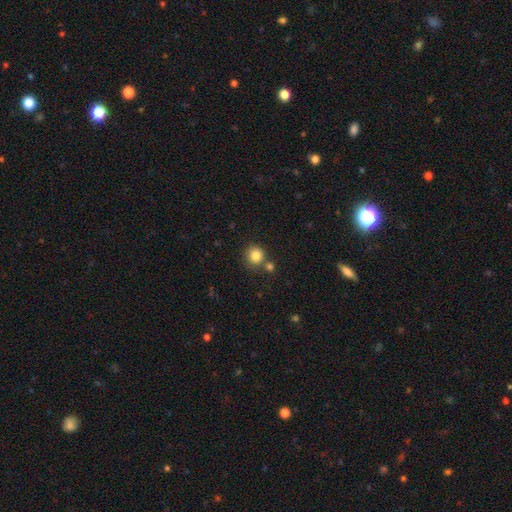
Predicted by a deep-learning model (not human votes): A smooth galaxy with no disk features (83%) that is round (92%). Merging: none (71%).